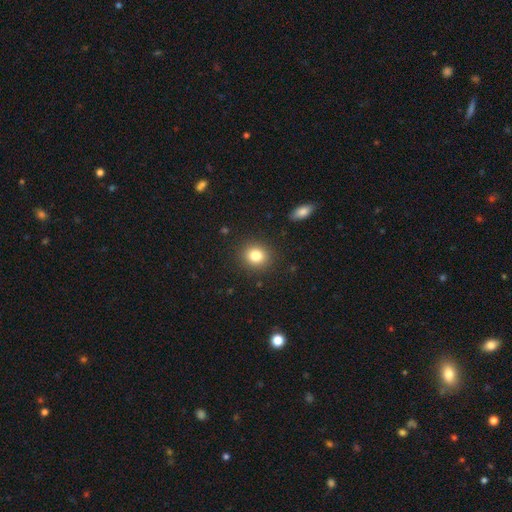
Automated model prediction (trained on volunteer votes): Smooth or featured: smooth — 81% (star or artifact — 11%)
How rounded: round — 82% (in between — 17%)
Merging: none — 90% (minor disturbance — 7%)